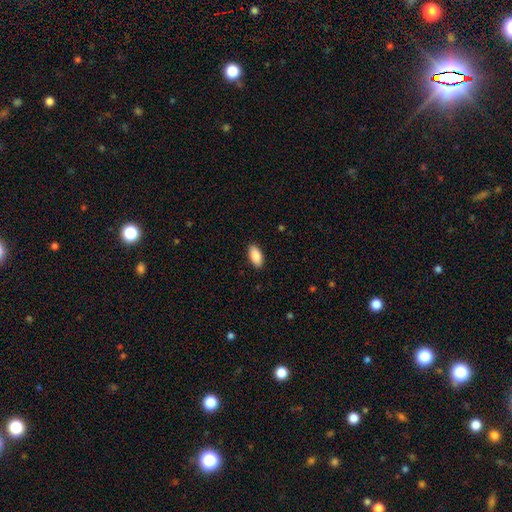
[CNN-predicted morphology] Smooth or featured: smooth — 89% (star or artifact — 6%)
How rounded: in between — 93% (cigar-shaped — 5%)
Merging: none — 90% (minor disturbance — 8%)